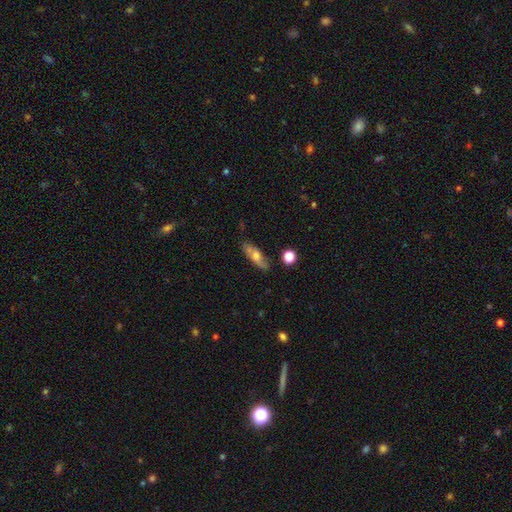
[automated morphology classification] Q: Smooth or featured?
A: smooth (50%); runner-up: featured or disk (43%)
Q: Merging?
A: none (71%); runner-up: minor disturbance (20%)